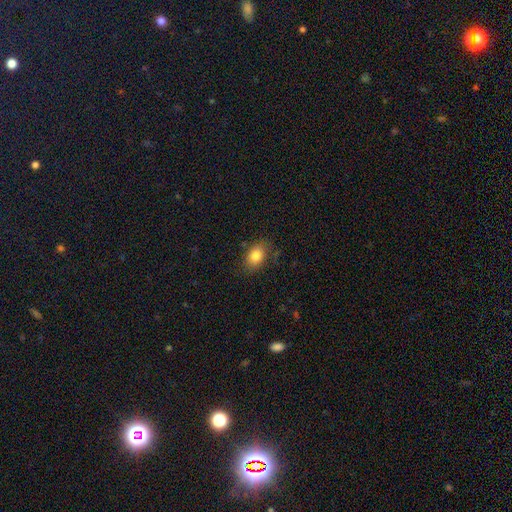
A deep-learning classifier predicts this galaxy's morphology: A smooth galaxy with no disk features (82%) that is in between round and cigar-shaped (79%).

Vote fractions:
- Smooth or featured? smooth: 82% / featured or disk: 9% / star or artifact: 9%
- How rounded? in between: 79% / round: 20% / cigar-shaped: 2%
- Merging? none: 78% / minor disturbance: 16% / major disturbance: 4% / merger: 1%